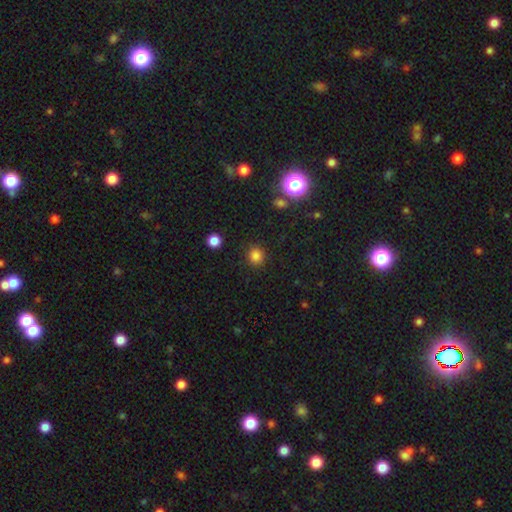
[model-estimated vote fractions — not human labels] A smooth galaxy with no disk features (82%) that is round (87%). Merging: none (88%).